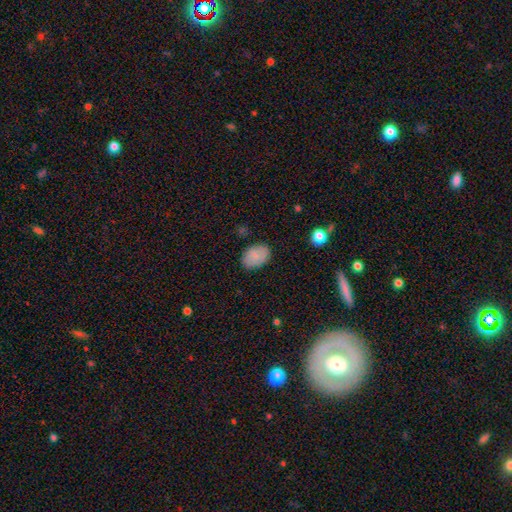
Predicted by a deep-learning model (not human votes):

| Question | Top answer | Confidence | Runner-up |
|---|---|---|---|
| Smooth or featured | smooth | 82% | featured or disk (11%) |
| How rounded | in between | 83% | round (16%) |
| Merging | none | 83% | minor disturbance (13%) |